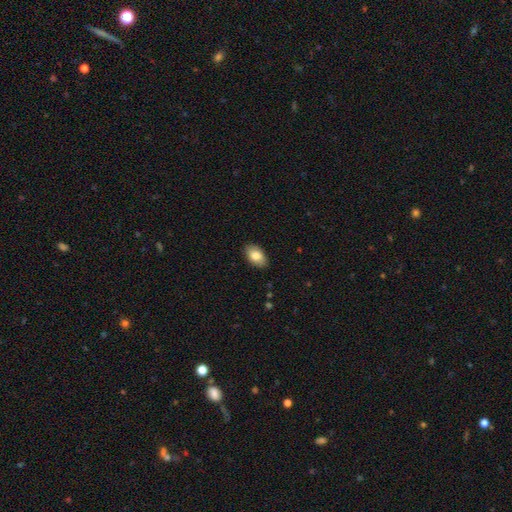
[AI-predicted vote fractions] smooth 82%, featured or disk 11%, star or artifact 7%. Down the decision tree: how rounded — in between (92%); merging — none (88%).